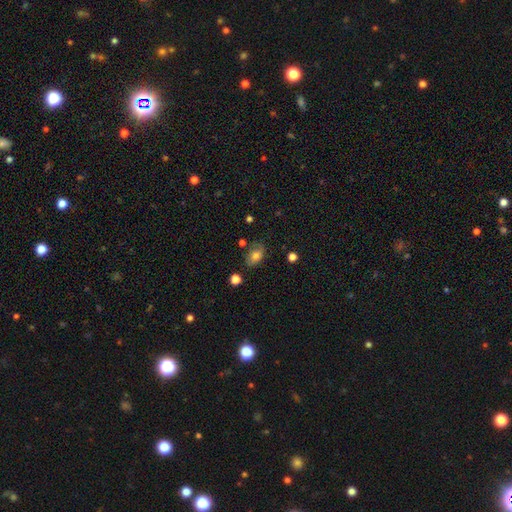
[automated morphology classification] smooth 71%, featured or disk 18%, star or artifact 10%. Down the decision tree: how rounded — in between (83%); merging — none (66%).